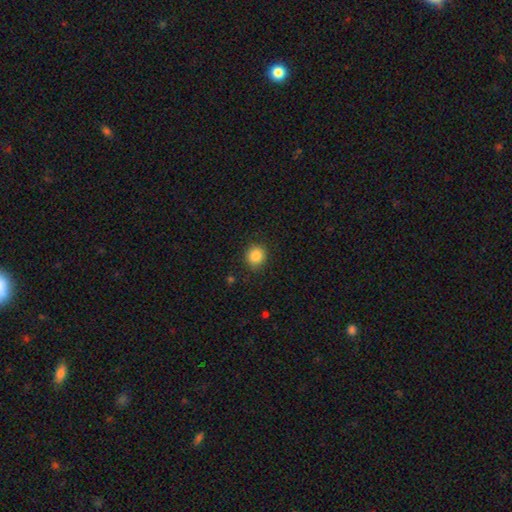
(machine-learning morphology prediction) Q: Smooth or featured?
A: smooth (85%); runner-up: star or artifact (10%)
Q: How rounded?
A: round (86%); runner-up: in between (13%)
Q: Merging?
A: none (88%); runner-up: minor disturbance (8%)